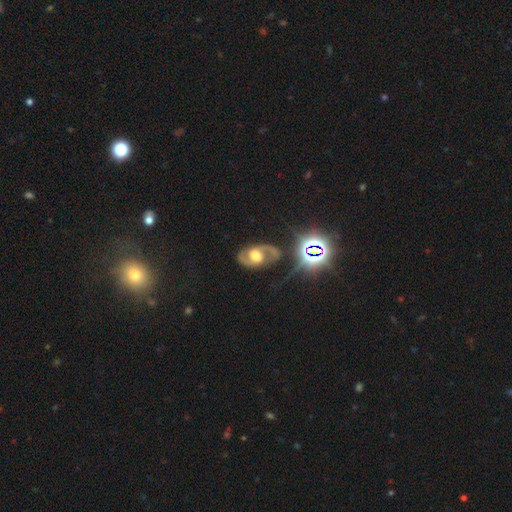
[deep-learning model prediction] This appears to be a featured or disk galaxy (82%) with no bar (50%), 2 (91%) medium (56%) spiral arms (92%) and a moderate central bulge (64%). Merging: none (75%).